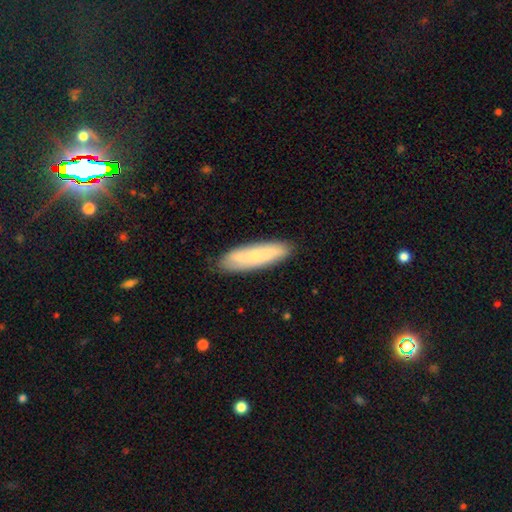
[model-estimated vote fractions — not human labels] The model was most divided on "smooth or featured": smooth: 61%, featured or disk: 32%, star or artifact: 6%. More confident: merging — none (85%); how rounded — cigar-shaped (65%).